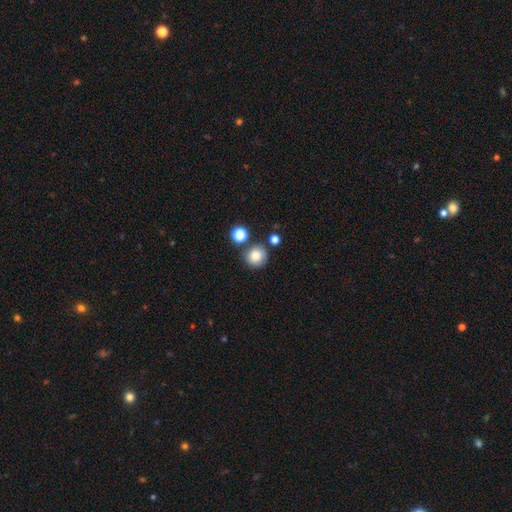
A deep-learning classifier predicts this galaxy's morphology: Q: Smooth or featured?
A: smooth (81%); runner-up: star or artifact (11%)
Q: How rounded?
A: round (92%); runner-up: in between (7%)
Q: Merging?
A: none (77%); runner-up: minor disturbance (10%)